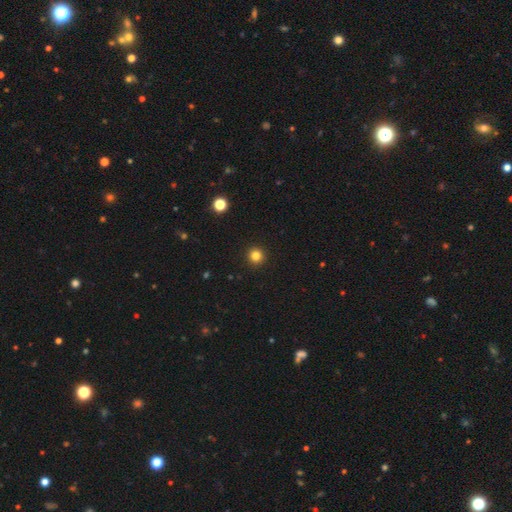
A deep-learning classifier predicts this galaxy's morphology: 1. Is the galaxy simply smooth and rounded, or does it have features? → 83% smooth, 13% star or artifact, 4% featured or disk.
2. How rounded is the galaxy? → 96% round, 3% in between, 1% cigar-shaped.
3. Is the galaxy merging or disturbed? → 93% none, 4% minor disturbance, 1% major disturbance, 1% merger.